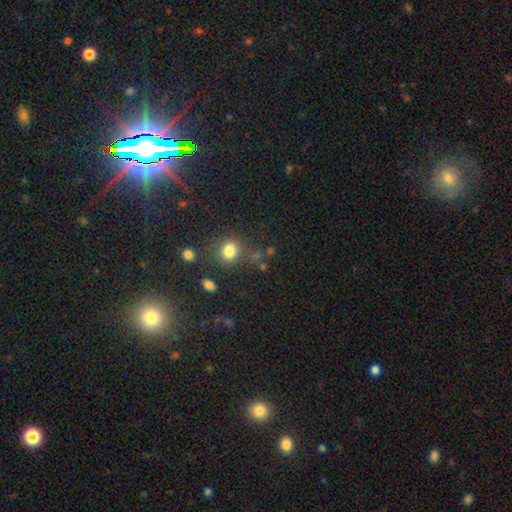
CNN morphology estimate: Q: Smooth or featured?
A: smooth (65%); runner-up: star or artifact (27%)
Q: How rounded?
A: round (79%); runner-up: in between (20%)
Q: Merging?
A: none (76%); runner-up: minor disturbance (11%)